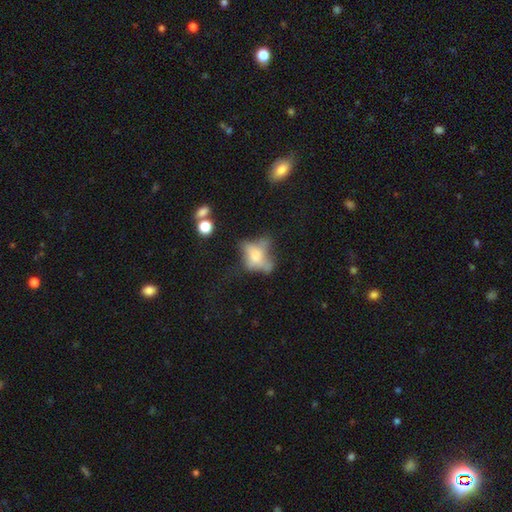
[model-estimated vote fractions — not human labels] Overall: smooth (45%; featured or disk 40%). Merging: none (33%, tied with major disturbance).